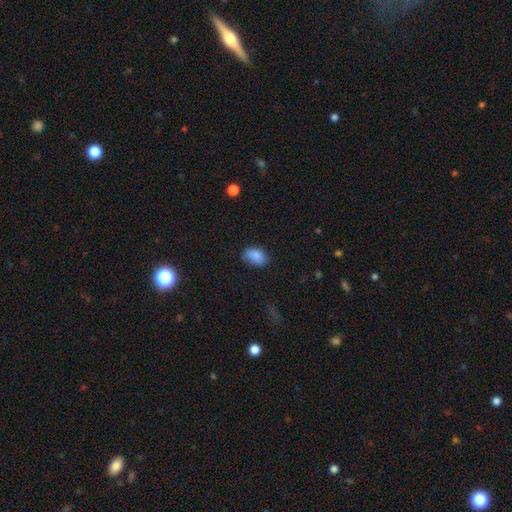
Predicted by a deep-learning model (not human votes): Smooth or featured? smooth (85%)
How rounded? in between (88%)
Merging? none (69%)